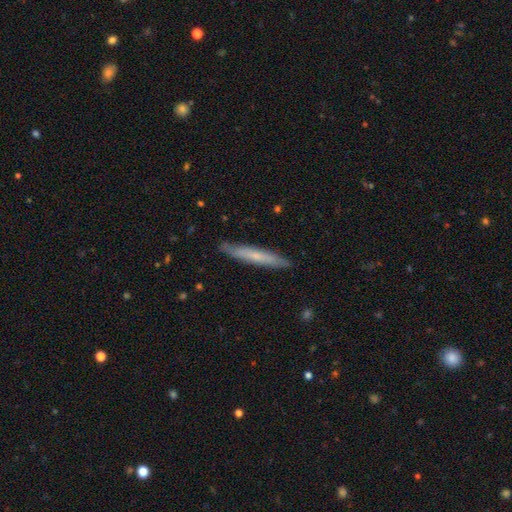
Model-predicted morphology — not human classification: This appears to be a smooth galaxy with no disk features (55%) that is cigar-shaped (95%). Merging: none (88%).